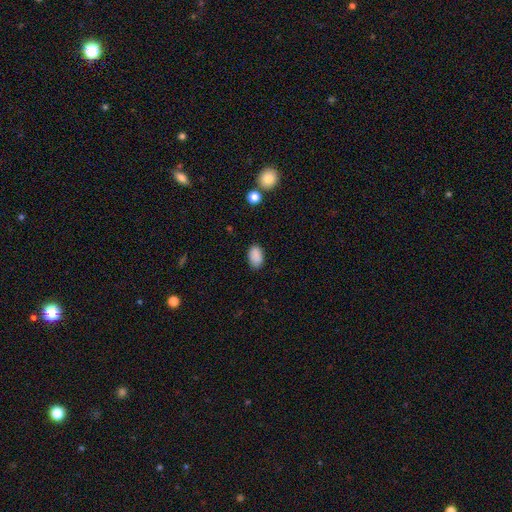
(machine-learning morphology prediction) Q: Smooth or featured?
A: smooth (88%); runner-up: star or artifact (9%)
Q: How rounded?
A: in between (90%); runner-up: round (9%)
Q: Merging?
A: none (85%); runner-up: minor disturbance (11%)